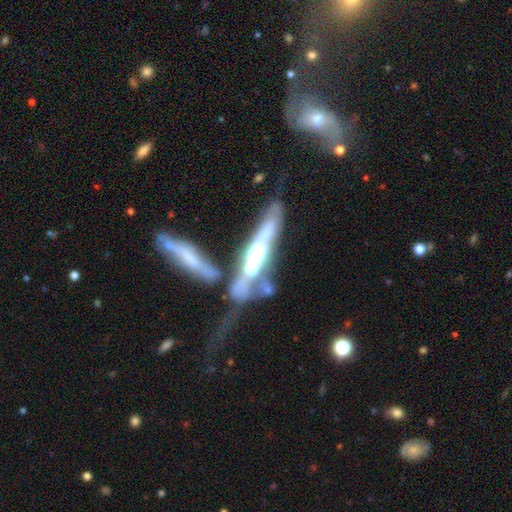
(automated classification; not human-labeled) featured or disk 70%, smooth 21%, star or artifact 9%. Down the decision tree: edge-on disk — yes (58%); merging — merger (48%).